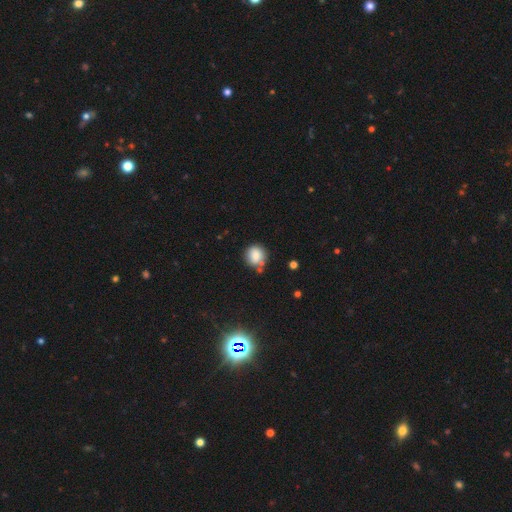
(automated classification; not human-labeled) Q: Smooth or featured?
A: smooth (79%); runner-up: star or artifact (10%)
Q: How rounded?
A: round (88%); runner-up: in between (11%)
Q: Merging?
A: none (69%); runner-up: minor disturbance (15%)